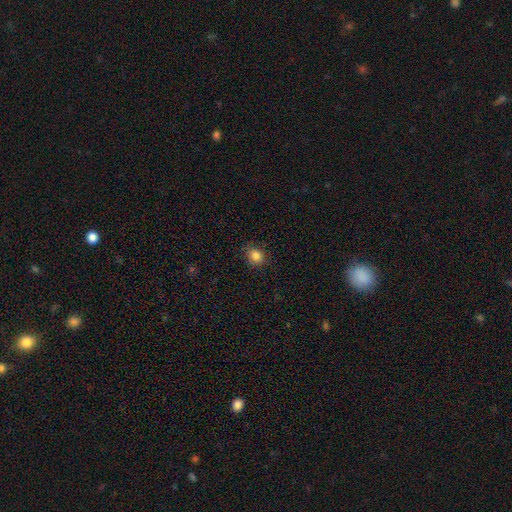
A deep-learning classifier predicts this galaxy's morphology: smooth 85%, star or artifact 11%, featured or disk 4%. Down the decision tree: how rounded — round (68%); merging — none (82%).